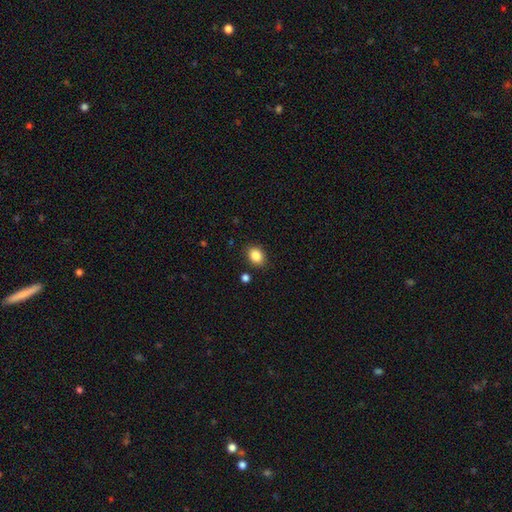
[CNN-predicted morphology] A smooth galaxy with no disk features (86%) that is in between round and cigar-shaped (57%).

Vote fractions:
- Smooth or featured? smooth: 86% / star or artifact: 9% / featured or disk: 5%
- How rounded? in between: 57% / round: 42% / cigar-shaped: 1%
- Merging? none: 86% / minor disturbance: 9% / major disturbance: 2% / merger: 2%